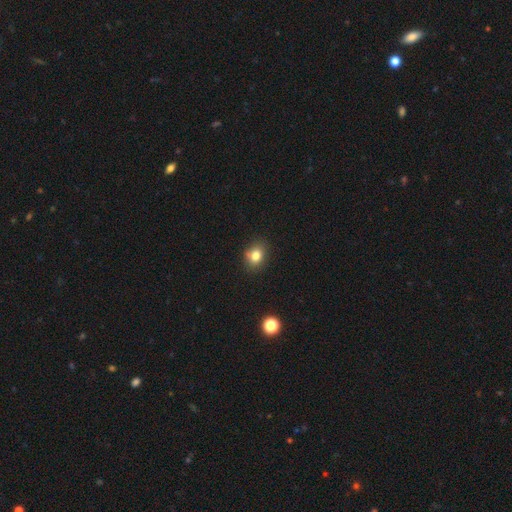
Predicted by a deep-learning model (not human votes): A smooth galaxy with no disk features (80%) that is round (51%).

Vote fractions:
- Smooth or featured? smooth: 80% / star or artifact: 12% / featured or disk: 8%
- How rounded? round: 51% / in between: 48% / cigar-shaped: 1%
- Merging? none: 76% / minor disturbance: 16% / merger: 4% / major disturbance: 3%